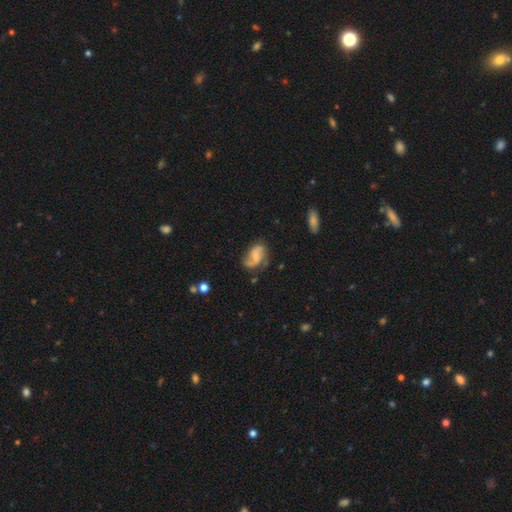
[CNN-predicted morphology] A featured or disk galaxy (59%) with no bar (52%), 2 (71%) loose (47%) spiral arms (89%) and no central bulge (49%).

Vote fractions:
- Smooth or featured? featured or disk: 59% / smooth: 33% / star or artifact: 8%
- Edge-on disk? no: 97% / yes: 3%
- Bar? no: 52% / weak: 37% / strong: 11%
- Spiral arms? yes: 89% / no: 11%
- Spiral winding? loose: 47% / medium: 37% / tight: 16%
- Spiral arm count? 2: 71% / 1: 18% / can't tell: 7% / 3: 1% / 4: 1% / more than 4: 1%
- Bulge size? none: 49% / small: 27% / moderate: 16% / large: 6% / dominant: 2%
- Merging? none: 53% / minor disturbance: 27% / major disturbance: 16% / merger: 4%